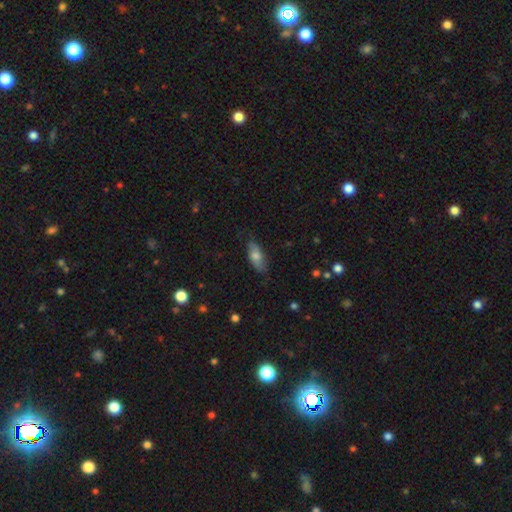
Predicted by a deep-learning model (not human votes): Smooth or featured? smooth (65%)
How rounded? in between (78%)
Merging? none (75%)